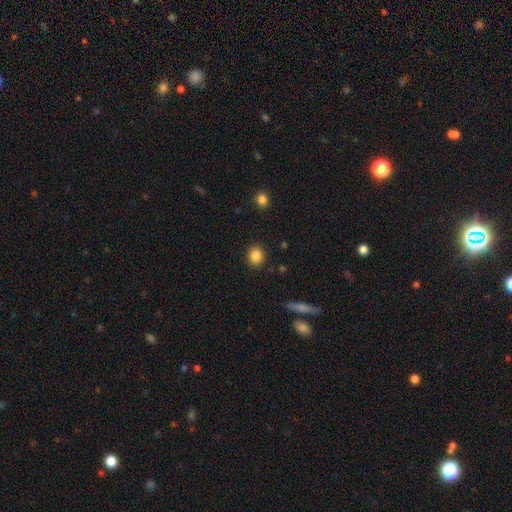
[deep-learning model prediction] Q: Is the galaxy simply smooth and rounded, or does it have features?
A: smooth — 86%.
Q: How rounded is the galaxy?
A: round — 75%.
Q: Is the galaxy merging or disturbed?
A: none — 90%.